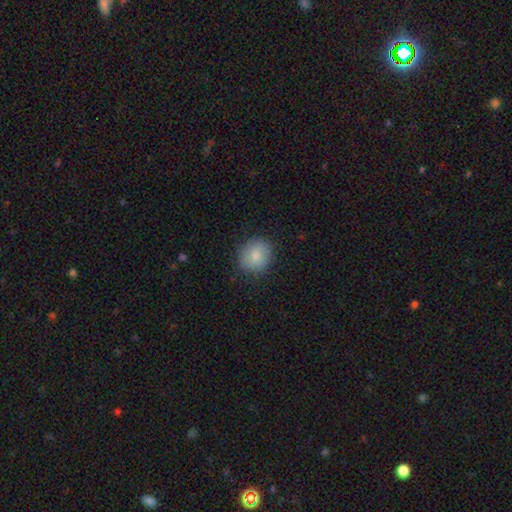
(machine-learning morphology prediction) Overall: smooth (82%). How rounded: round (76%). Merging: none (83%).